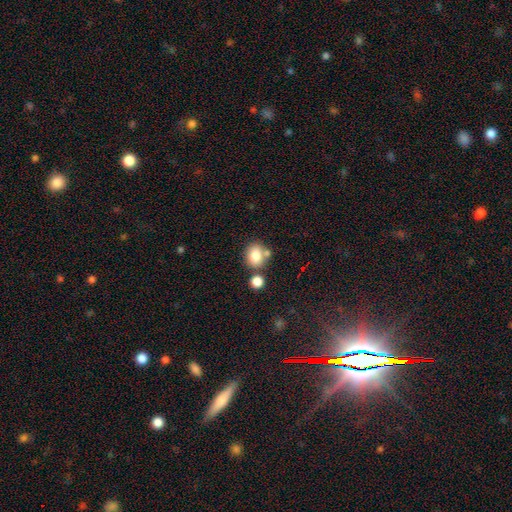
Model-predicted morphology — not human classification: type=smooth (81%); roundness=round (61%); merging=none (62%).